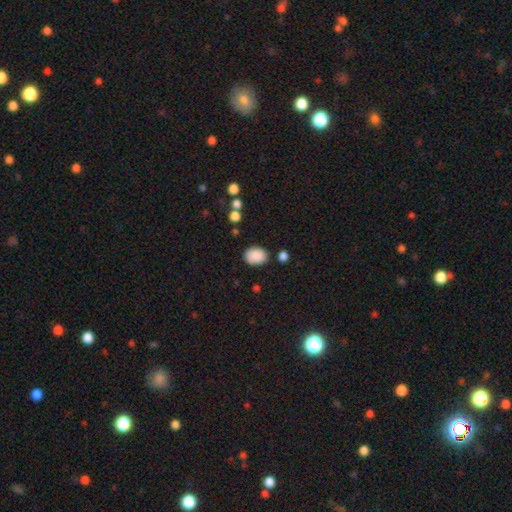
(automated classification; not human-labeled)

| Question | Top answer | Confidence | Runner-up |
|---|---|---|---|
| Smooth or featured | smooth | 88% | star or artifact (8%) |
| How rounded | in between | 67% | round (32%) |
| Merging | none | 81% | minor disturbance (12%) |